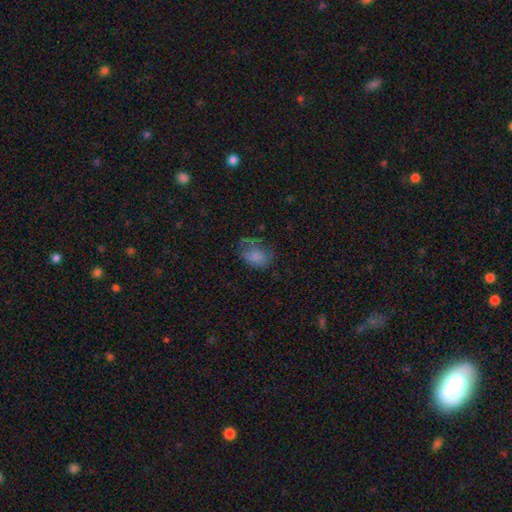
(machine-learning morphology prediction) Smooth or featured? smooth (72%)
How rounded? in between (77%)
Merging? none (41%)